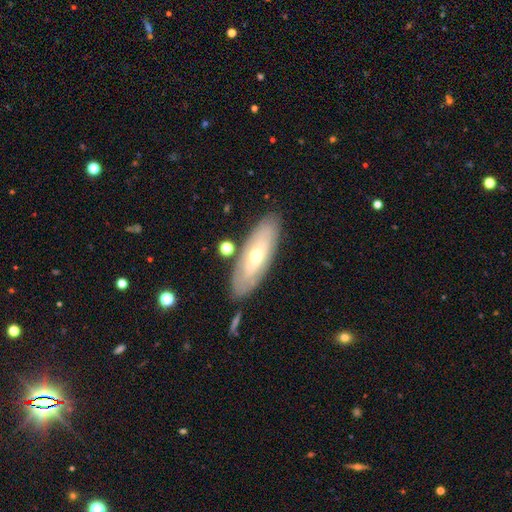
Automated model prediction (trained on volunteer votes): featured or disk 52%, smooth 41%, star or artifact 6%. Down the decision tree: edge-on disk — no (70%); merging — none (81%).